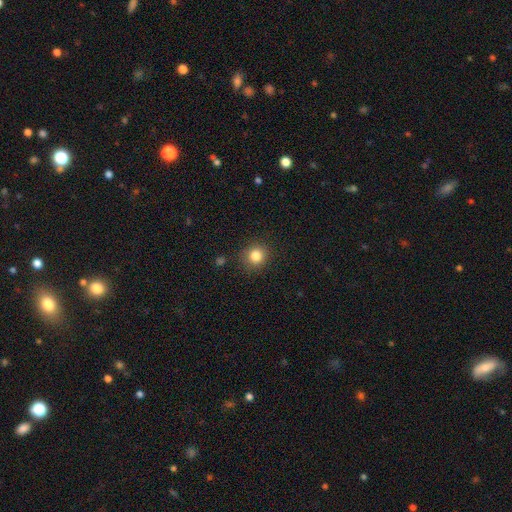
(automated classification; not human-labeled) smooth-or-featured: smooth: 83% | star or artifact: 12% | featured or disk: 5%
  how-rounded: round: 90% | in between: 9% | cigar-shaped: 1%
  merging: none: 89% | minor disturbance: 7% | major disturbance: 3% | merger: 1%